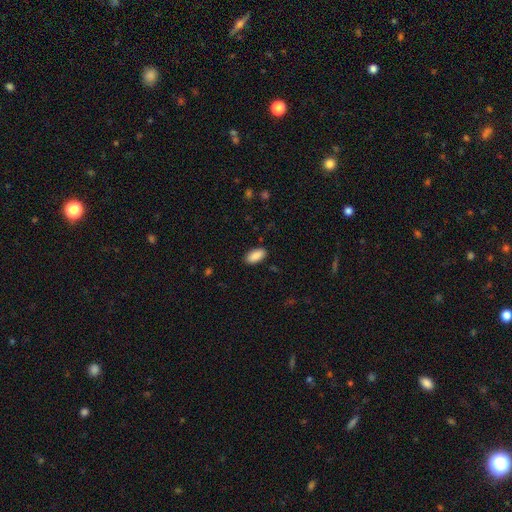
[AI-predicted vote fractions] smooth-or-featured: smooth: 89% | star or artifact: 7% | featured or disk: 4%
  how-rounded: in between: 93% | cigar-shaped: 5% | round: 2%
  merging: none: 88% | minor disturbance: 9% | major disturbance: 2% | merger: 1%